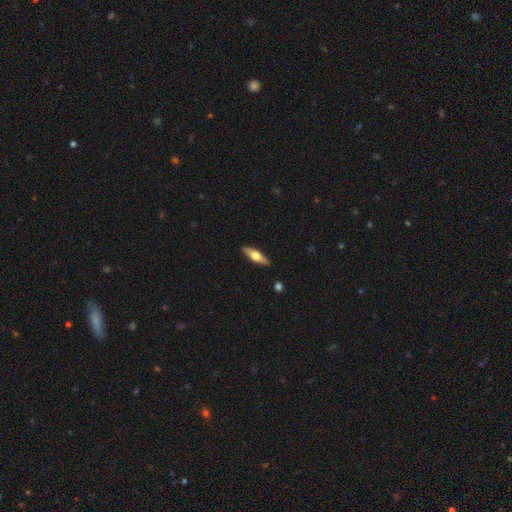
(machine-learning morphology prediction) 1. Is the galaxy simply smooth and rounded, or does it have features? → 48% featured or disk, 47% smooth, 6% star or artifact.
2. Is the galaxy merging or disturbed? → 89% none, 8% minor disturbance, 2% major disturbance, 1% merger.